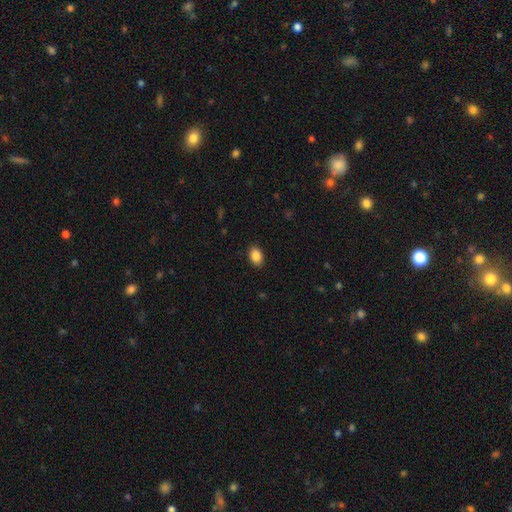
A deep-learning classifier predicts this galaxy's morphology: Smooth or featured?
  - smooth: 88% *
  - star or artifact: 8%
  - featured or disk: 4%
How rounded?
  - in between: 83% *
  - round: 16%
  - cigar-shaped: 1%
Merging?
  - none: 89% *
  - minor disturbance: 8%
  - major disturbance: 2%
  - merger: 1%